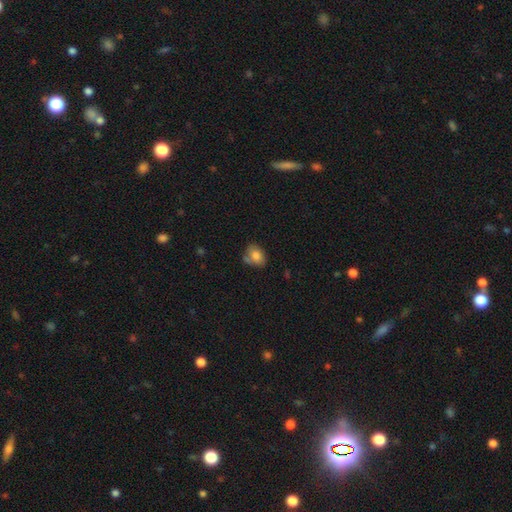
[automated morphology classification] This is likely a smooth galaxy (78%). How rounded: likely in between (71%). Merging: possibly none (53%).